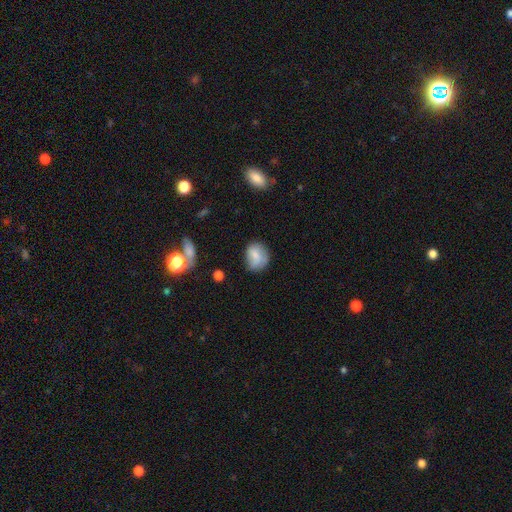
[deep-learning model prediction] A smooth galaxy with no disk features (78%) that is round (56%). Merging: none (61%).